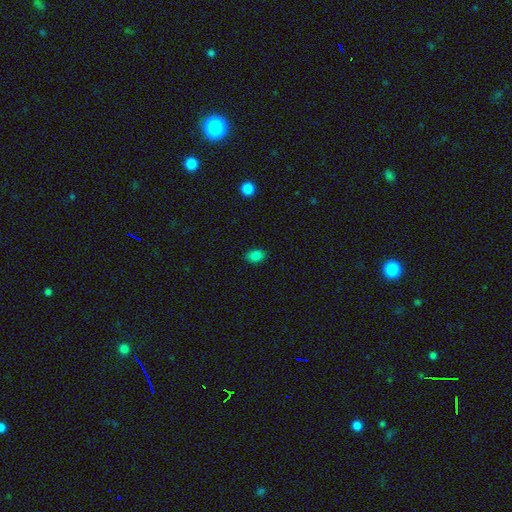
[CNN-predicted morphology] A smooth galaxy with no disk features (83%) that is in between round and cigar-shaped (71%).

Vote fractions:
- Smooth or featured? smooth: 83% / star or artifact: 12% / featured or disk: 5%
- How rounded? in between: 71% / round: 28% / cigar-shaped: 1%
- Merging? none: 86% / minor disturbance: 11% / major disturbance: 2% / merger: 1%